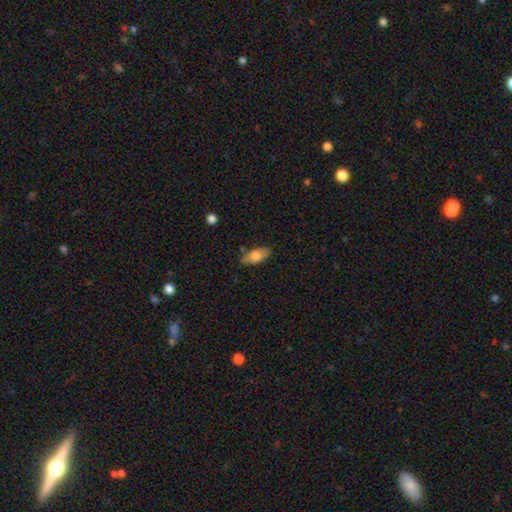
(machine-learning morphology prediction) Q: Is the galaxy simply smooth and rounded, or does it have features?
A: smooth — 72%.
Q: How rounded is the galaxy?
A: in between — 83%.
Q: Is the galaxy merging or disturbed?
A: none — 81%.